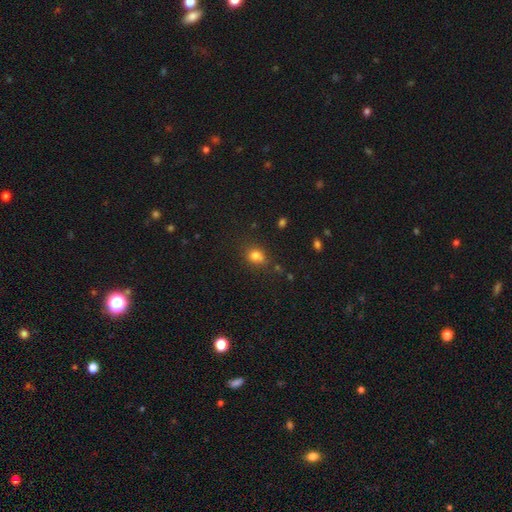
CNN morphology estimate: A smooth galaxy with no disk features (78%) that is round (55%). Merging: none (63%).